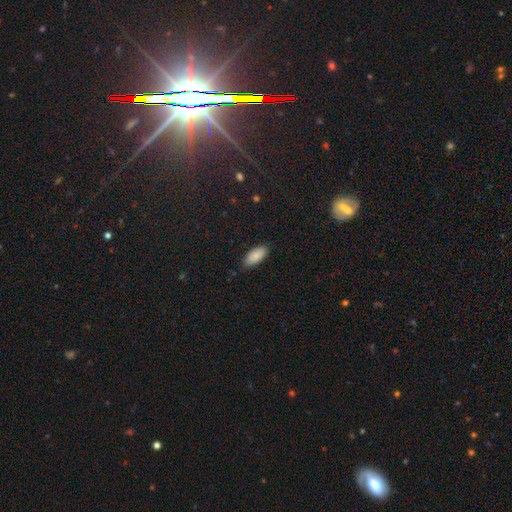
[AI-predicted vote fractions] Morphology: type=smooth (87%); roundness=in between (90%); merging=none (81%).